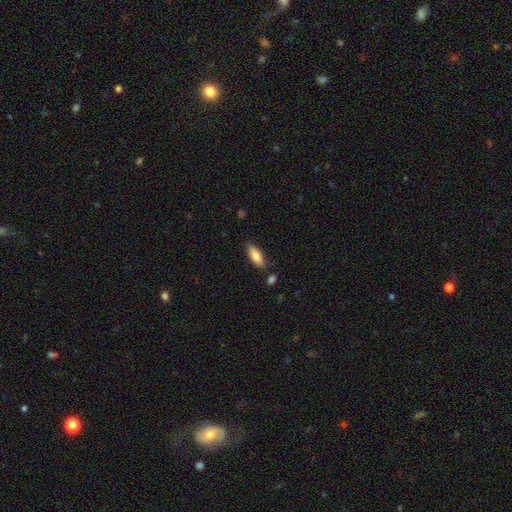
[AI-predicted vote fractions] Smooth or featured? Predicted: smooth (p=0.78). How rounded? Predicted: in between (p=0.67). Merging? Predicted: none (p=0.77).